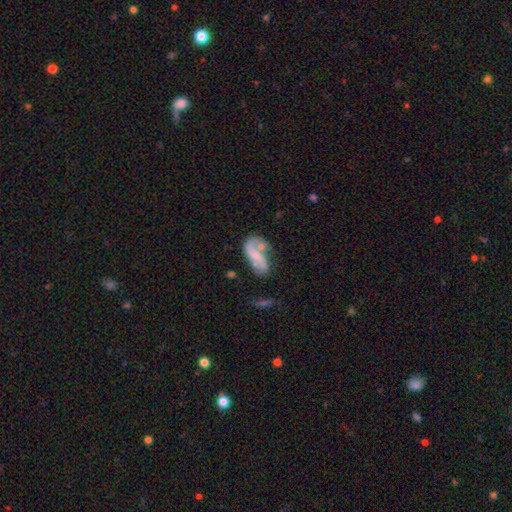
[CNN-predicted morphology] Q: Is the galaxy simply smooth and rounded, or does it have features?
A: featured or disk — 68%.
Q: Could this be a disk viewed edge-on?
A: no — 96%.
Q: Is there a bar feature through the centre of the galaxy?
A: no — 50%.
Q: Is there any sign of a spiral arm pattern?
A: yes — 84%.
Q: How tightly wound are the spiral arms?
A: loose — 61%.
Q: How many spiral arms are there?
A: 2 — 82%.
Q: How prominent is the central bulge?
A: none — 43%.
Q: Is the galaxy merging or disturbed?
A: none — 44%.